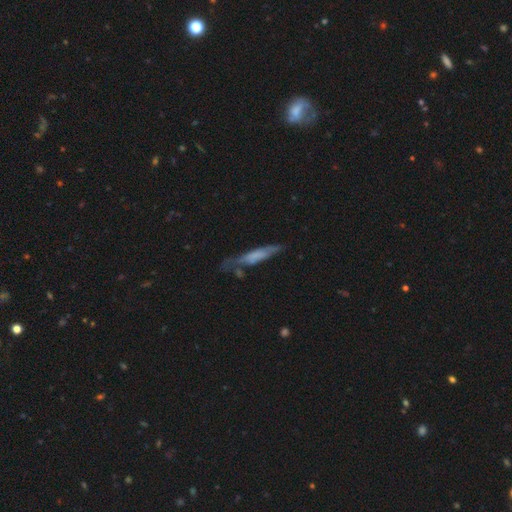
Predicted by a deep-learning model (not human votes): Overall: smooth (52%; featured or disk 41%). How rounded: cigar-shaped (84%). Merging: none (47%; minor disturbance 30%).